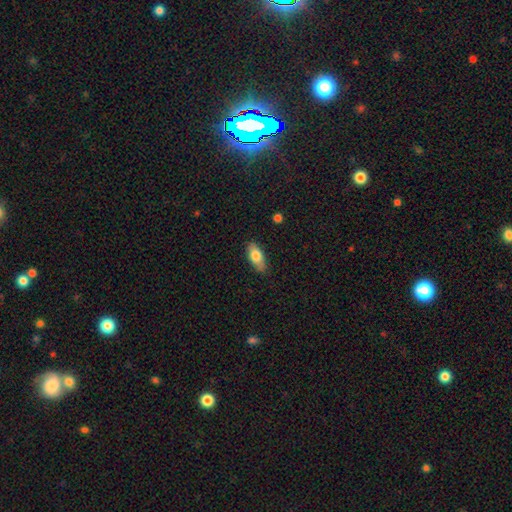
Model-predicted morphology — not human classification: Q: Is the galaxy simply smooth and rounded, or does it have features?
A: smooth — 76%.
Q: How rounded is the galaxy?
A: in between — 85%.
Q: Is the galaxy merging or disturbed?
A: none — 83%.